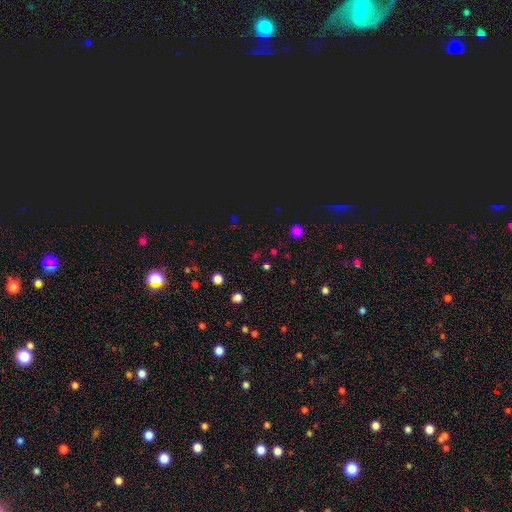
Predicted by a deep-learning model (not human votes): Morphology: type=star or artifact (53%).